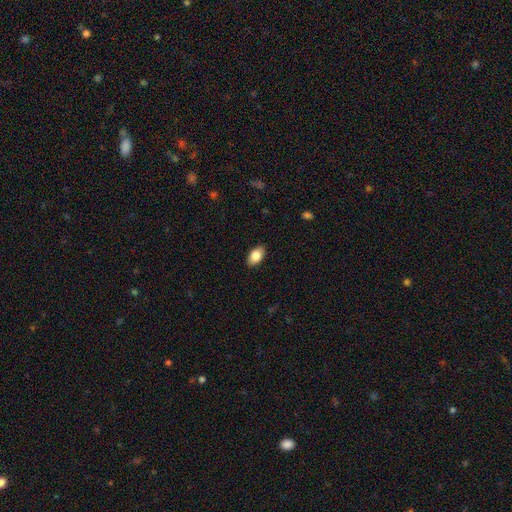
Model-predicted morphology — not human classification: This is clearly a smooth galaxy (84%). How rounded: clearly in between (92%). Merging: clearly none (88%).